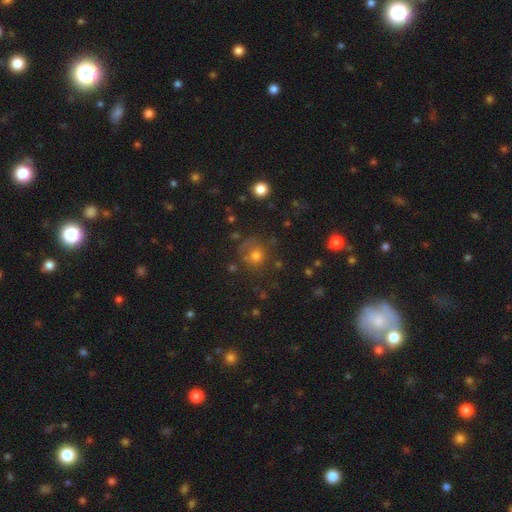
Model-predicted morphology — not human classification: smooth_or_featured: smooth (p=0.69) [alt: star or artifact p=0.18]
how_rounded: round (p=0.86) [alt: in between p=0.13]
merging: none (p=0.65) [alt: minor disturbance p=0.18]